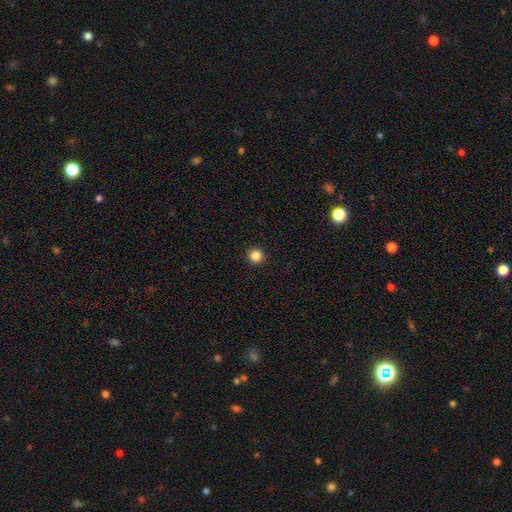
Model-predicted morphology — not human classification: smooth 85%, star or artifact 11%, featured or disk 3%. Down the decision tree: how rounded — round (96%); merging — none (94%).